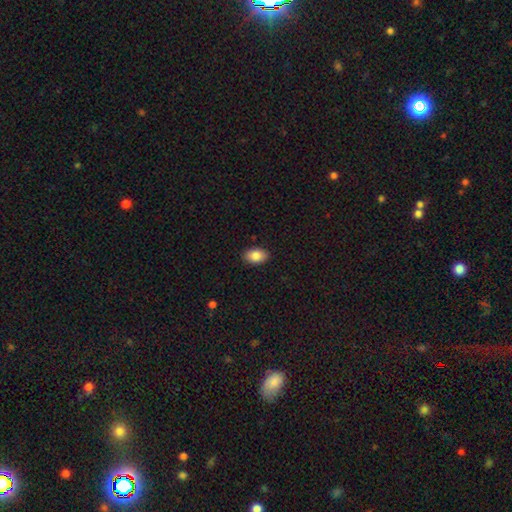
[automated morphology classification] Smooth or featured? Predicted: smooth (p=0.87). How rounded? Predicted: in between (p=0.90). Merging? Predicted: none (p=0.89).